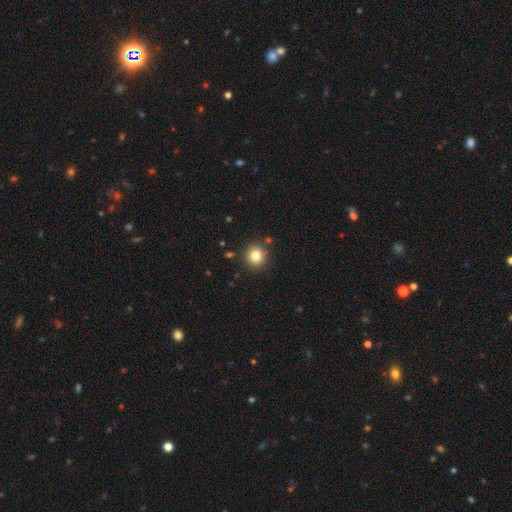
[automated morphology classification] This is clearly a smooth galaxy (82%). How rounded: clearly round (92%). Merging: clearly none (87%).